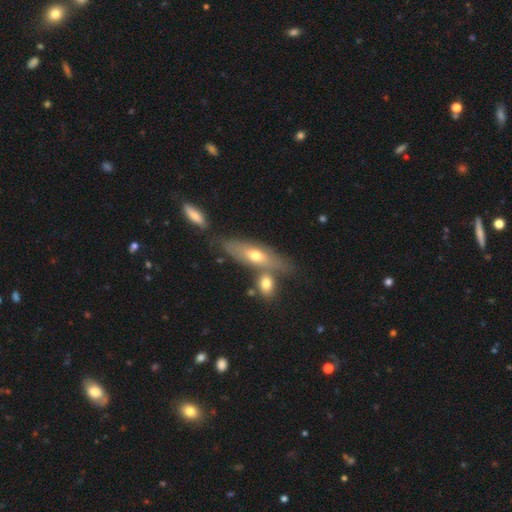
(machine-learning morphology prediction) type=smooth (50%); roundness=in between (49%); merging=none (54%).